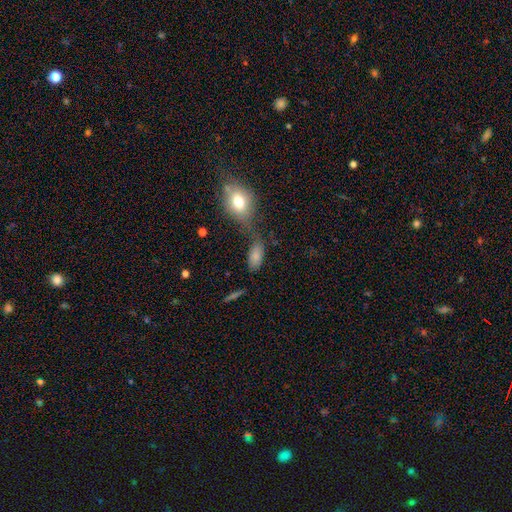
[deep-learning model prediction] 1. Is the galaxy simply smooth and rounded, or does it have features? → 80% smooth, 10% featured or disk, 10% star or artifact.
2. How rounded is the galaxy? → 89% in between, 6% round, 5% cigar-shaped.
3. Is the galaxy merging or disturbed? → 46% none, 28% merger, 17% minor disturbance, 9% major disturbance.